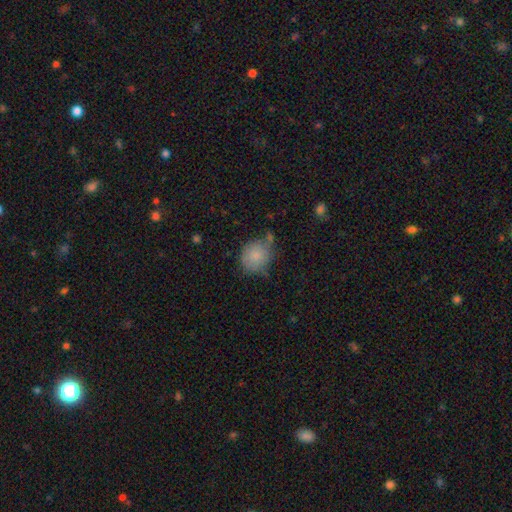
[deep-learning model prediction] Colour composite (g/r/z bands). It shows a smooth galaxy with no disk features (84%) that is round (78%). Merging: none (57%).